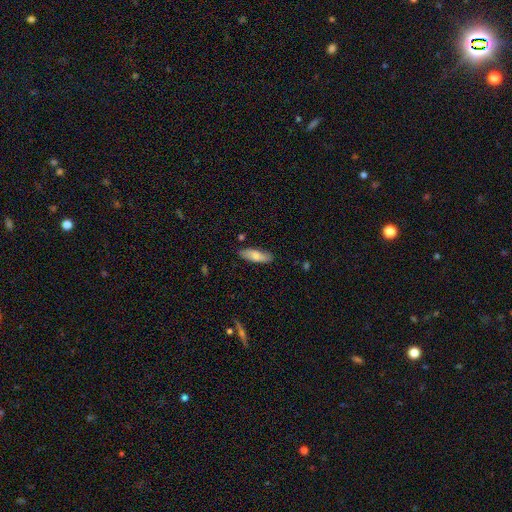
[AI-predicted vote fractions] Smooth or featured?
  - smooth: 76% *
  - featured or disk: 18%
  - star or artifact: 6%
How rounded?
  - in between: 60% *
  - cigar-shaped: 38%
  - round: 2%
Merging?
  - none: 85% *
  - minor disturbance: 12%
  - major disturbance: 2%
  - merger: 2%